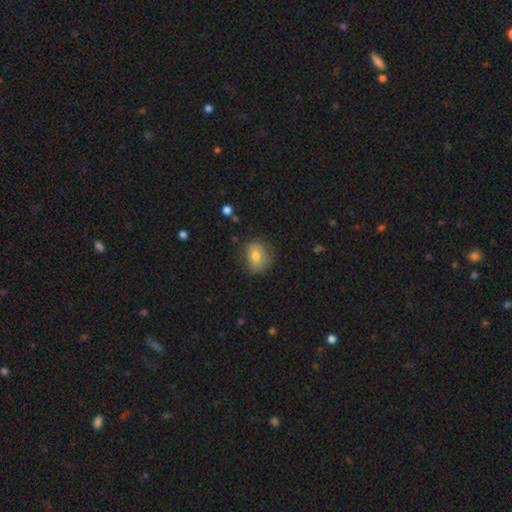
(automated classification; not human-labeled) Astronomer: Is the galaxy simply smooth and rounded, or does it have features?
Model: smooth — 71%.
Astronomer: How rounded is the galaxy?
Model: round — 60% (runner-up: in between, 39%).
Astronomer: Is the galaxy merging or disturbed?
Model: none — 66%.